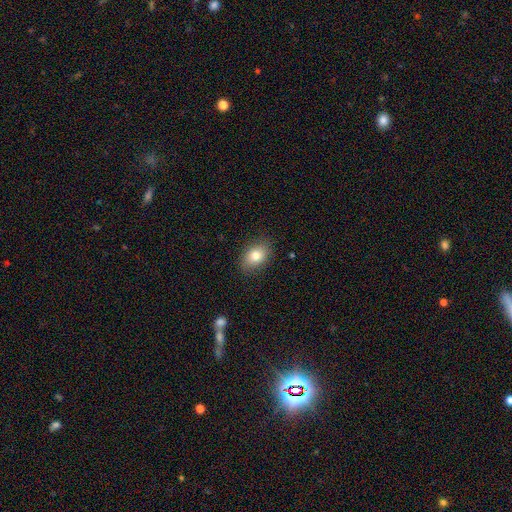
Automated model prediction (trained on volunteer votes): Smooth or featured: smooth — 79% (featured or disk — 12%)
How rounded: in between — 79% (round — 19%)
Merging: none — 85% (minor disturbance — 11%)